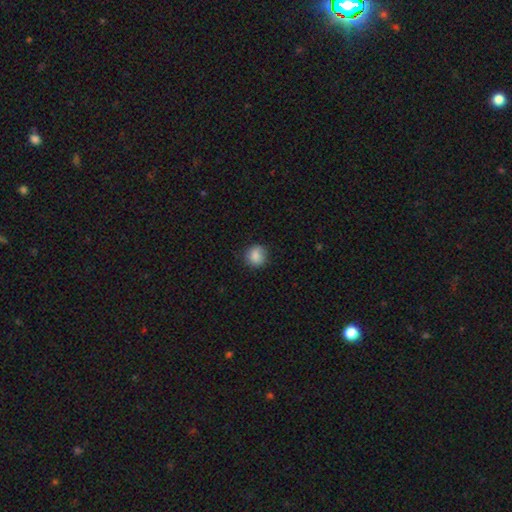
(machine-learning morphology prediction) Smooth or featured? Predicted: smooth (p=0.86). How rounded? Predicted: round (p=0.86). Merging? Predicted: none (p=0.82).